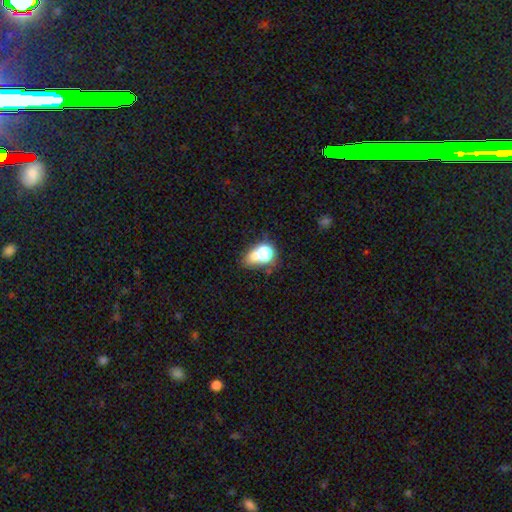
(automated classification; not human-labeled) The model was most divided on "how rounded" (2-way tie): round: 49%, in between: 49%, cigar-shaped: 2%. Remaining: smooth or featured — smooth (61%); merging — none (44%).